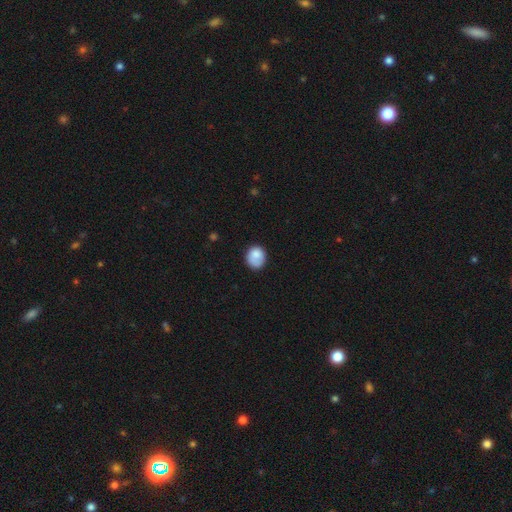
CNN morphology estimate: This is clearly a smooth galaxy (81%). How rounded: likely round (69%). Merging: likely none (65%).